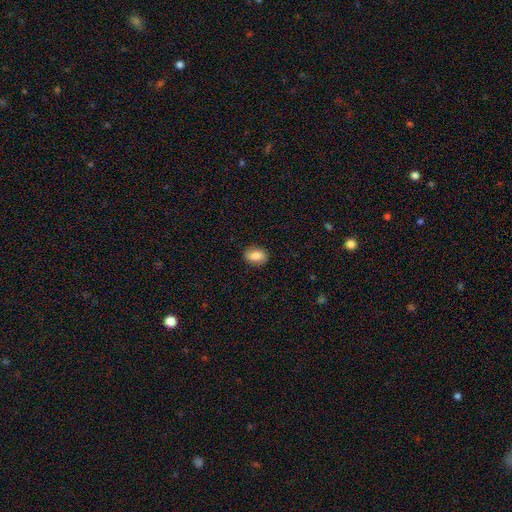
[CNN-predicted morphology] The model was most divided on "how rounded": in between: 75%, round: 23%, cigar-shaped: 2%. More confident: merging — none (86%); smooth or featured — smooth (76%).